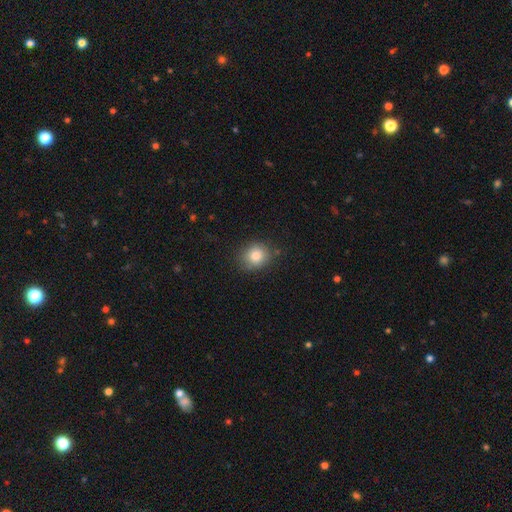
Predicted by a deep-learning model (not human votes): Smooth or featured? smooth (82%)
How rounded? round (74%)
Merging? none (82%)